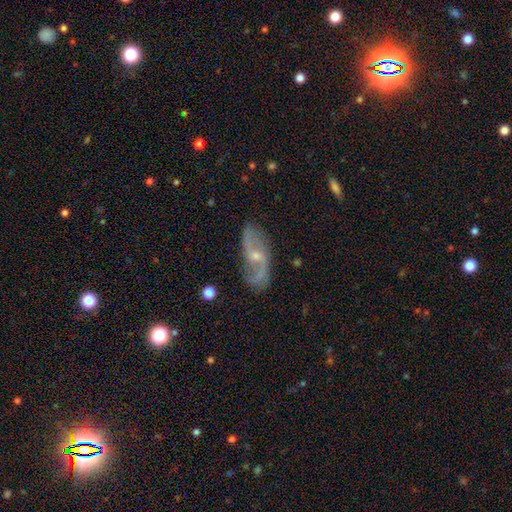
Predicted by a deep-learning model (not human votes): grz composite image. It shows a featured or disk galaxy (82%) with no bar (48%), 2 (87%) loose (62%) spiral arms (93%) and a small central bulge (62%). Merging: none (71%).